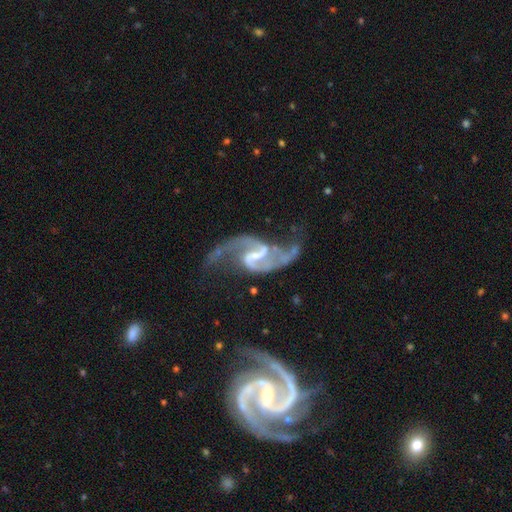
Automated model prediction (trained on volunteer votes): smooth_or_featured: featured or disk (p=0.92) [alt: star or artifact p=0.05]
disk_edge_on: no (p=0.98) [alt: yes p=0.02]
bar: weak (p=0.54) [alt: strong p=0.31]
has_spiral_arms: yes (p=0.97) [alt: no p=0.03]
spiral_winding: loose (p=0.59) [alt: medium p=0.35]
spiral_arm_count: 2 (p=0.93) [alt: can't tell p=0.02]
bulge_size: small (p=0.56) [alt: moderate p=0.22]
merging: none (p=0.57) [alt: minor disturbance p=0.19]